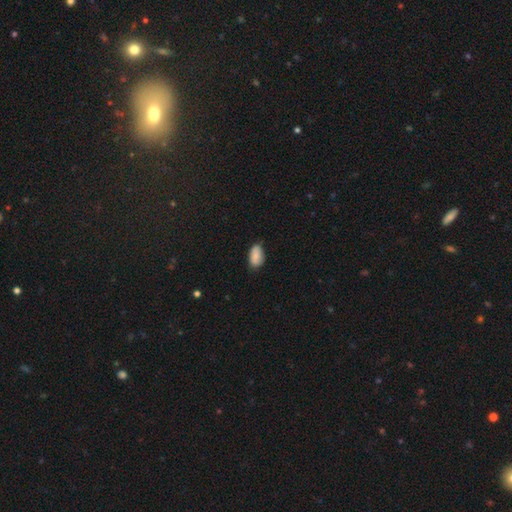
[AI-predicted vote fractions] smooth-or-featured: smooth: 85% | featured or disk: 8% | star or artifact: 7%
  how-rounded: in between: 93% | round: 5% | cigar-shaped: 2%
  merging: none: 70% | minor disturbance: 25% | major disturbance: 3% | merger: 1%